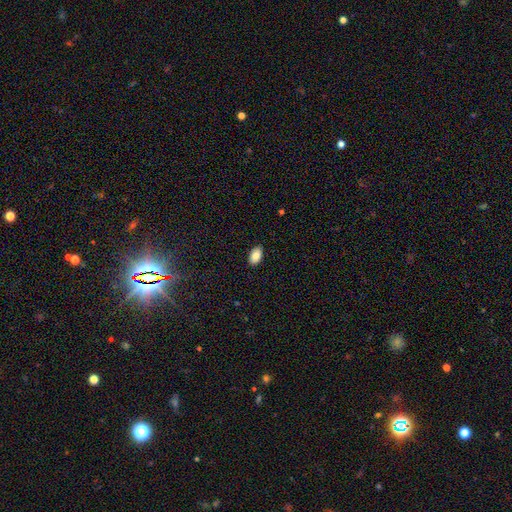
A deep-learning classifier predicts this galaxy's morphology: type=smooth (86%); roundness=in between (93%); merging=none (88%).